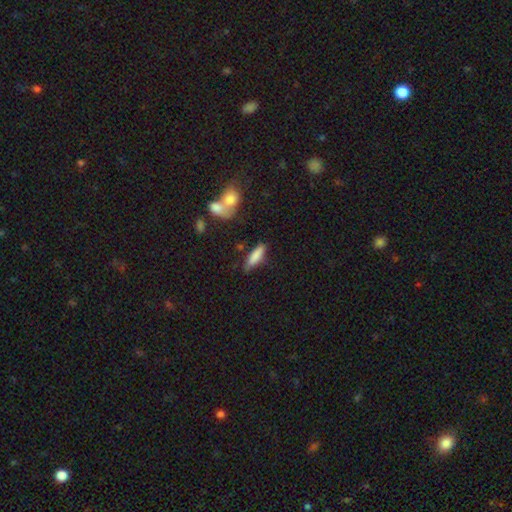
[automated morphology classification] Smooth or featured? Predicted: smooth (p=0.78). How rounded? Predicted: cigar-shaped (p=0.61). Merging? Predicted: none (p=0.68).